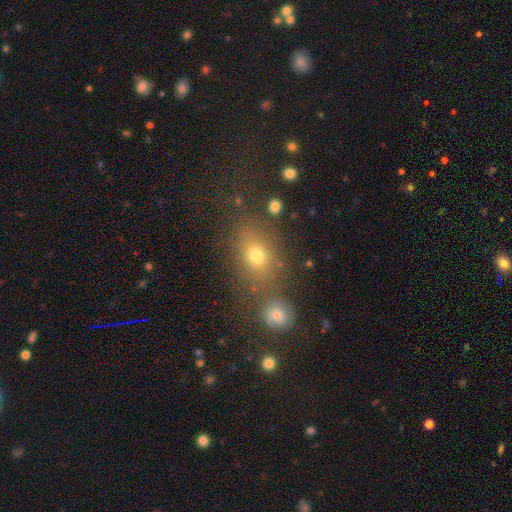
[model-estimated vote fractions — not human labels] smooth 61%, star or artifact 23%, featured or disk 15%. Down the decision tree: how rounded — in between (62%); merging — none (62%).